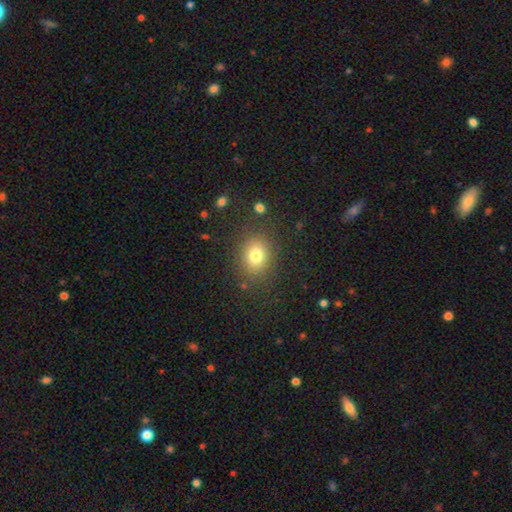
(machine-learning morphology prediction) smooth-or-featured: smooth: 78% | star or artifact: 13% | featured or disk: 9%
  how-rounded: round: 57% | in between: 42% | cigar-shaped: 1%
  merging: none: 83% | minor disturbance: 10% | major disturbance: 4% | merger: 2%